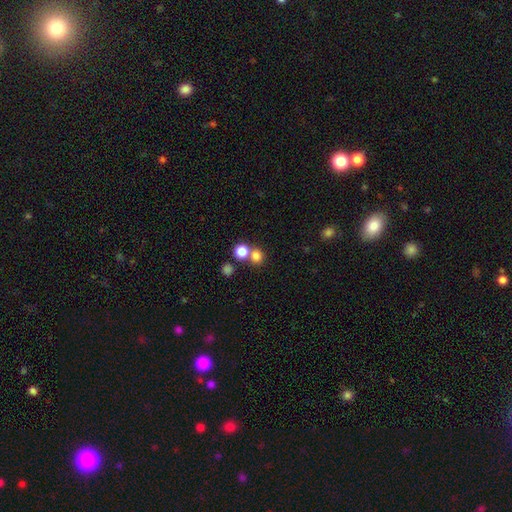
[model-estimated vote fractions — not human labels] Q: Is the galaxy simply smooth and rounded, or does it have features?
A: smooth — 78%.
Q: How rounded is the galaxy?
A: round — 86%.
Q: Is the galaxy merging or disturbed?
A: none — 57%.